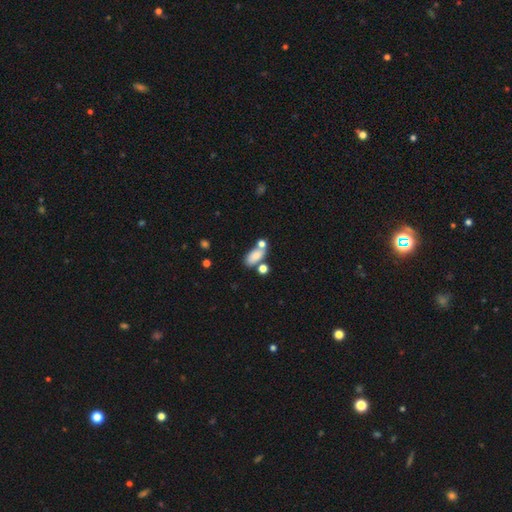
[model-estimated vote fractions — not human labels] A smooth galaxy with no disk features (78%) that is in between round and cigar-shaped (83%).

Vote fractions:
- Smooth or featured? smooth: 78% / featured or disk: 12% / star or artifact: 10%
- How rounded? in between: 83% / cigar-shaped: 10% / round: 7%
- Merging? none: 49% / merger: 30% / minor disturbance: 14% / major disturbance: 7%